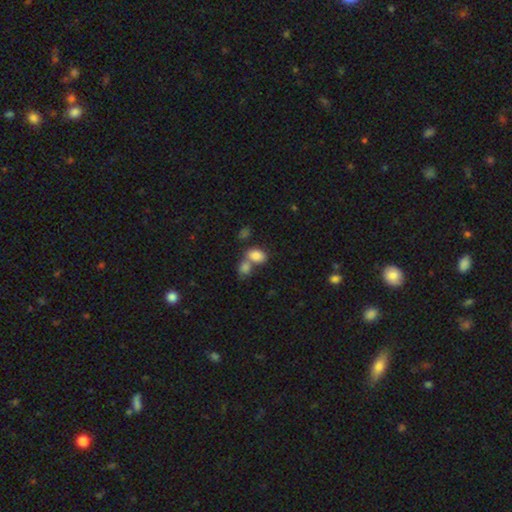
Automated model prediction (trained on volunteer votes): Smooth or featured?
  - smooth: 83% *
  - star or artifact: 9%
  - featured or disk: 8%
How rounded?
  - in between: 84% *
  - round: 15%
  - cigar-shaped: 1%
Merging?
  - merger: 51% *
  - none: 36%
  - minor disturbance: 9%
  - major disturbance: 4%